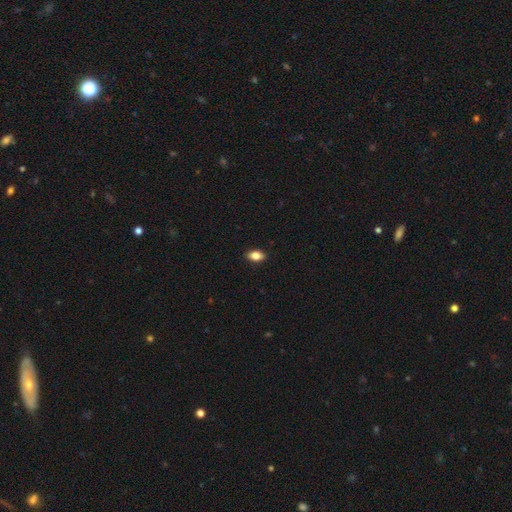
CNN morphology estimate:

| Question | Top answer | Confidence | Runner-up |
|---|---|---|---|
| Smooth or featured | smooth | 82% | featured or disk (10%) |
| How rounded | in between | 87% | round (9%) |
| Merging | none | 89% | minor disturbance (8%) |